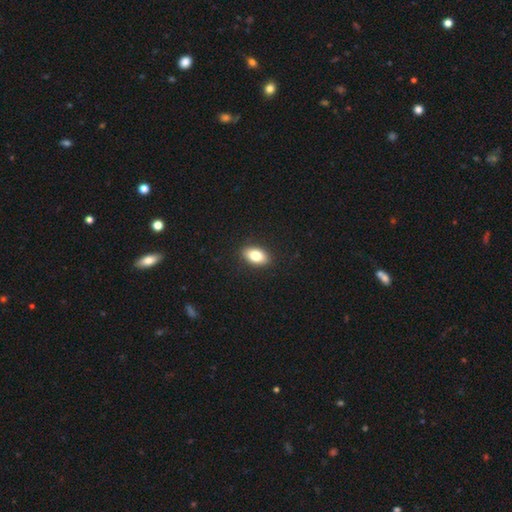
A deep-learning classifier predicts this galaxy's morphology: Overall: smooth (80%). How rounded: in between (89%). Merging: none (90%).